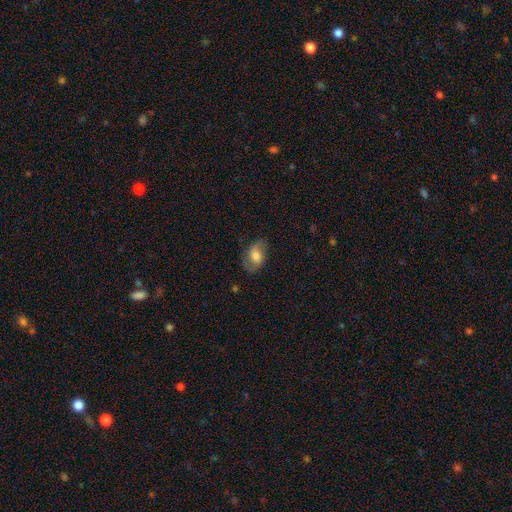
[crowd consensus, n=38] A featured or disk galaxy (55%) with no bar (58%), 2 (94%) medium (62%) spiral arms (84%) and a moderate central bulge (53%).

Vote fractions:
- Smooth or featured? featured or disk: 55% / smooth: 37% / star or artifact: 8%
- Edge-on disk? no: 90% / yes: 10%
- Bar? no: 58% / weak: 37% / strong: 5%
- Spiral arms? yes: 84% / no: 16%
- Spiral winding? medium: 62% / loose: 31% / tight: 6%
- Spiral arm count? 2: 94% / can't tell: 6% / 1: 0% / 3: 0% / 4: 0% / more than 4: 0%
- Bulge size? moderate: 53% / large: 26% / small: 11% / none: 11% / dominant: 0%
- Merging? none: 51% / minor disturbance: 37% / major disturbance: 11% / merger: 0%